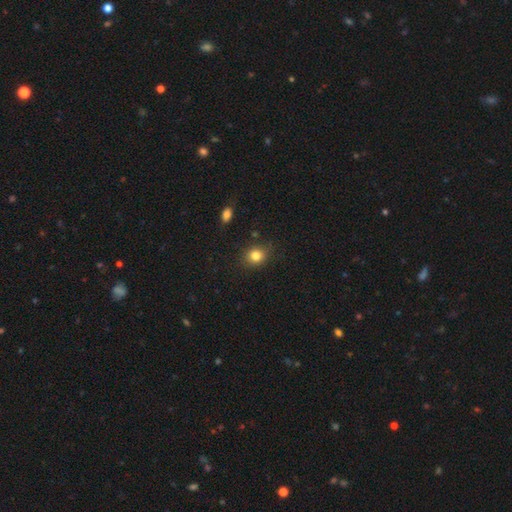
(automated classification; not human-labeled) This appears to be a smooth galaxy with no disk features (83%) that is round (69%). Merging: none (83%).